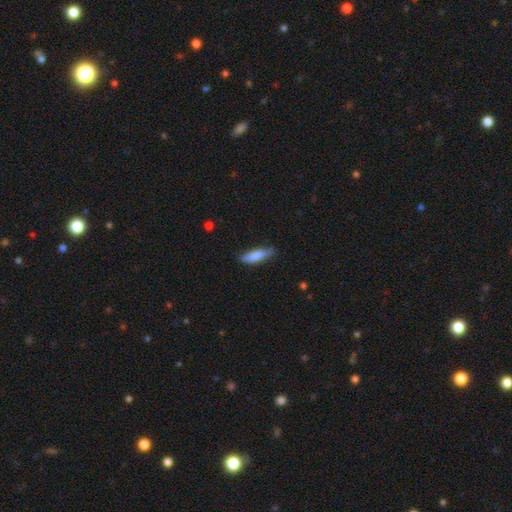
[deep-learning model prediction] Q: Smooth or featured?
A: smooth (81%); runner-up: featured or disk (14%)
Q: How rounded?
A: cigar-shaped (64%); runner-up: in between (35%)
Q: Merging?
A: none (79%); runner-up: minor disturbance (17%)